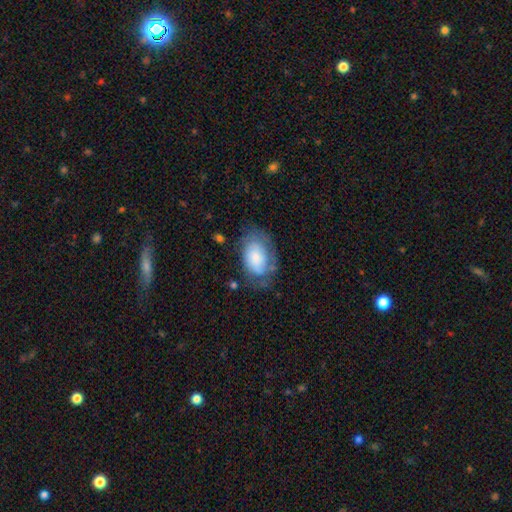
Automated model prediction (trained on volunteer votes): This is likely a smooth galaxy (62%). How rounded: clearly in between (89%). Merging: possibly none (56%).